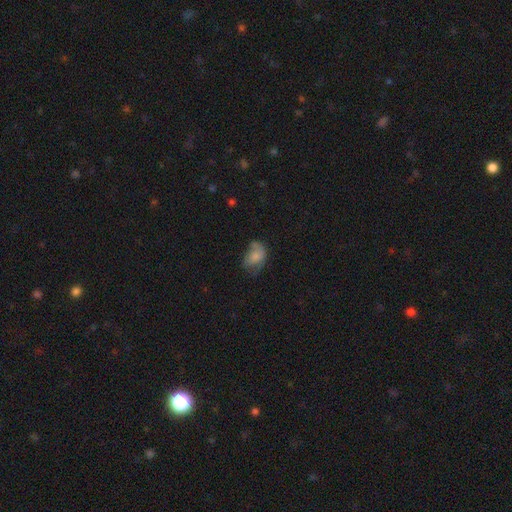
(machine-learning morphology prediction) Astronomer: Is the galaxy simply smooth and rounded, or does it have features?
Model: smooth — 68%.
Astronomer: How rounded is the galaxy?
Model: in between — 80%.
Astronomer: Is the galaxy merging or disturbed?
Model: none — 34% (runner-up: minor disturbance, 33%).